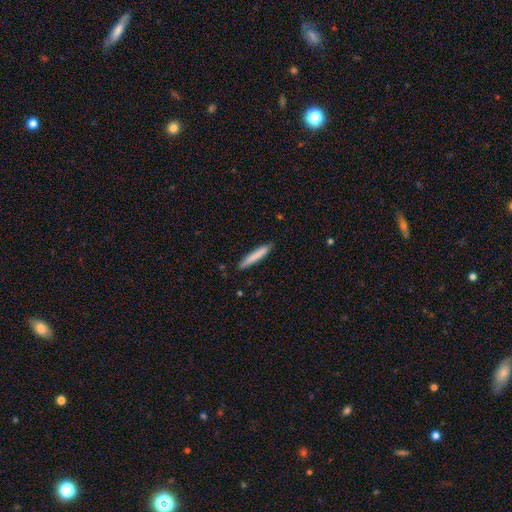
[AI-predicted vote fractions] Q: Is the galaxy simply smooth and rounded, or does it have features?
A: smooth — 79%.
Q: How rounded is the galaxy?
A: cigar-shaped — 94%.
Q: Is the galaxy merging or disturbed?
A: none — 89%.